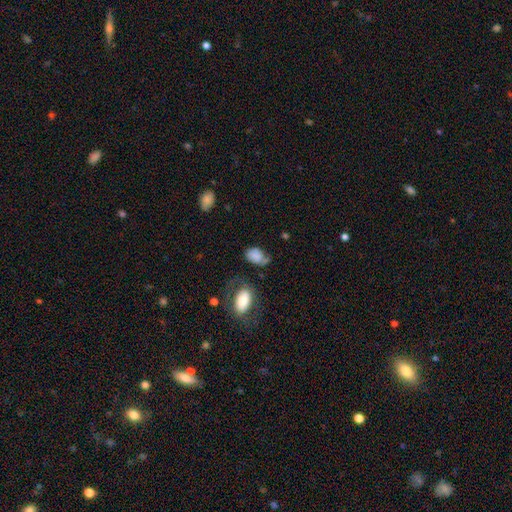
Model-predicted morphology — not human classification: smooth_or_featured: smooth (p=0.68) [alt: featured or disk p=0.22]
how_rounded: in between (p=0.81) [alt: round p=0.18]
merging: none (p=0.39) [alt: minor disturbance p=0.29]